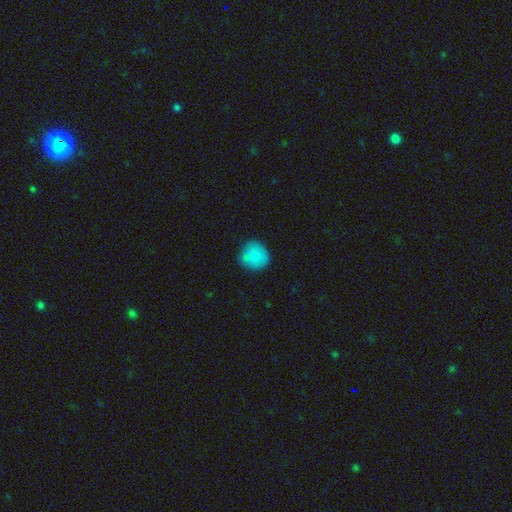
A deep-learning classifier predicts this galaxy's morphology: This is clearly a smooth galaxy (83%). How rounded: clearly round (87%). Merging: likely none (68%).